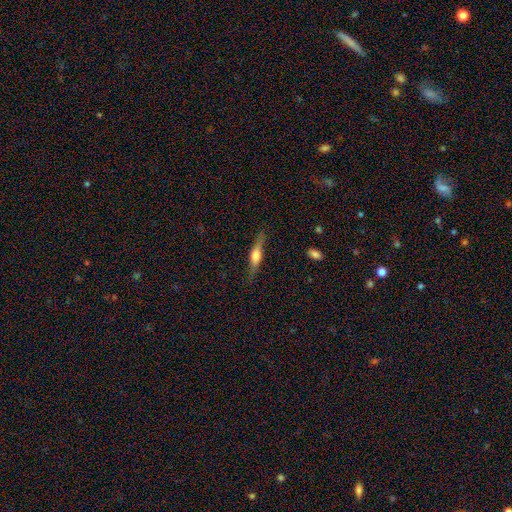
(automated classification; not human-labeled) A featured or disk galaxy (49%). Merging: none (78%).